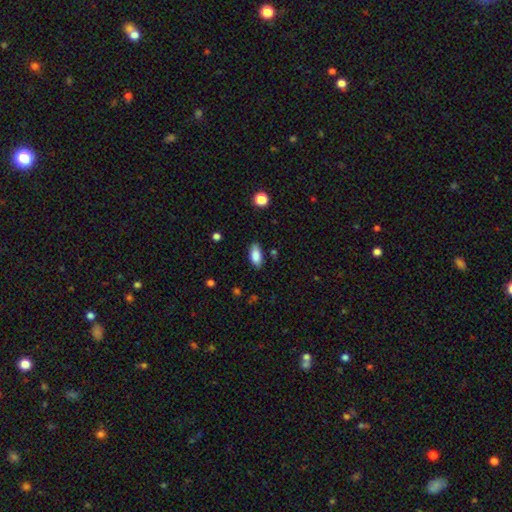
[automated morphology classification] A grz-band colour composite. It shows a smooth galaxy with no disk features (88%) that is in between round and cigar-shaped (89%). Merging: none (82%).